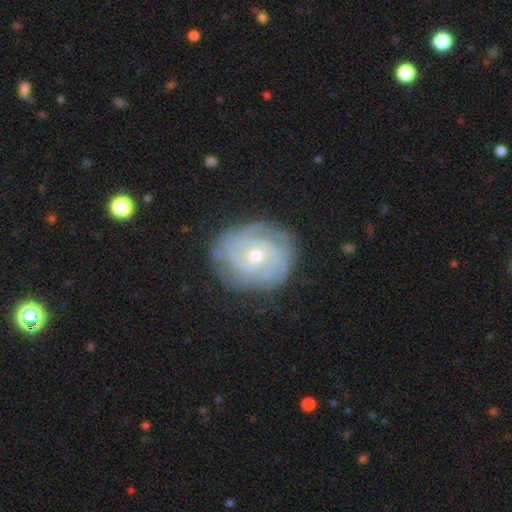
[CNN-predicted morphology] smooth_or_featured: featured or disk (p=0.85) [alt: smooth p=0.10]
disk_edge_on: no (p=0.97) [alt: yes p=0.03]
bar: no (p=0.69) [alt: weak p=0.26]
has_spiral_arms: yes (p=0.95) [alt: no p=0.05]
spiral_winding: tight (p=0.78) [alt: medium p=0.19]
spiral_arm_count: can't tell (p=0.31) [alt: 2 p=0.27]
bulge_size: moderate (p=0.60) [alt: small p=0.36]
merging: none (p=0.79) [alt: minor disturbance p=0.15]